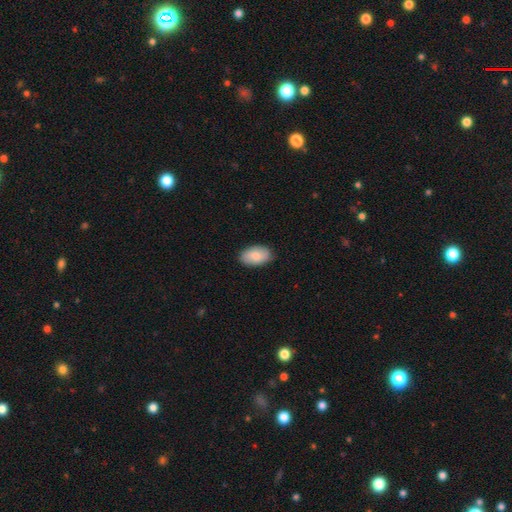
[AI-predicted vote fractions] Smooth or featured?
  - smooth: 80% *
  - featured or disk: 14%
  - star or artifact: 6%
How rounded?
  - in between: 94% *
  - round: 5%
  - cigar-shaped: 1%
Merging?
  - none: 86% *
  - minor disturbance: 11%
  - major disturbance: 2%
  - merger: 1%